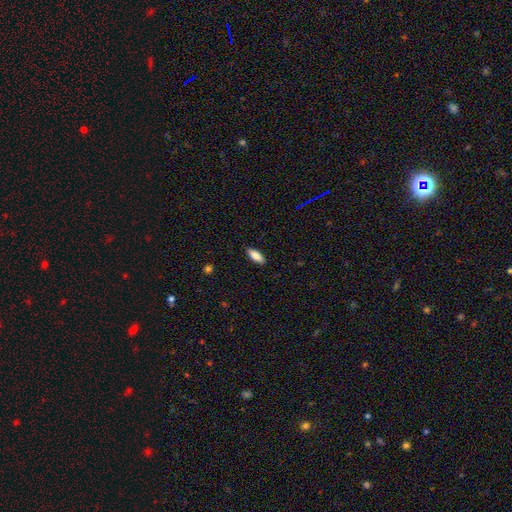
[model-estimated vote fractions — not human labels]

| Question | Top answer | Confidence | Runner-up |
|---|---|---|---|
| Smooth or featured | smooth | 85% | featured or disk (9%) |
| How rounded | in between | 69% | cigar-shaped (29%) |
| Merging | none | 89% | minor disturbance (9%) |